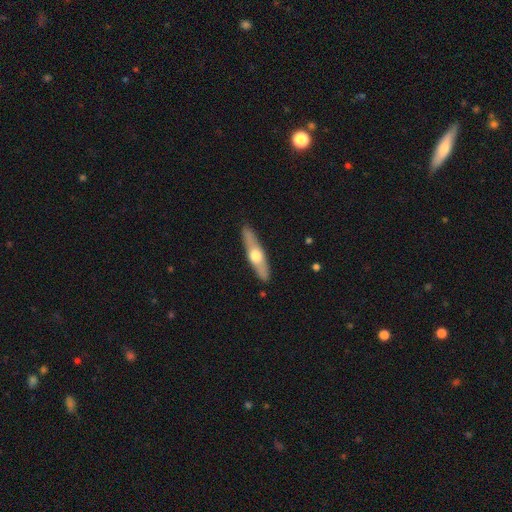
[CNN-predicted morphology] Smooth or featured? featured or disk (54%)
Edge-on disk? yes (87%)
Merging? none (89%)